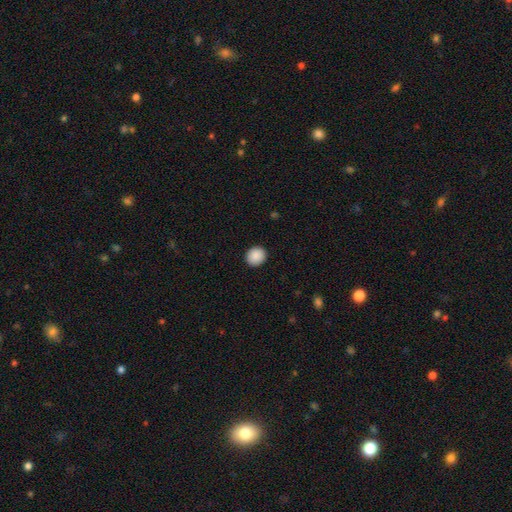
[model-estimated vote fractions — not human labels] smooth 90%, star or artifact 8%, featured or disk 2%. Down the decision tree: how rounded — round (81%); merging — none (92%).